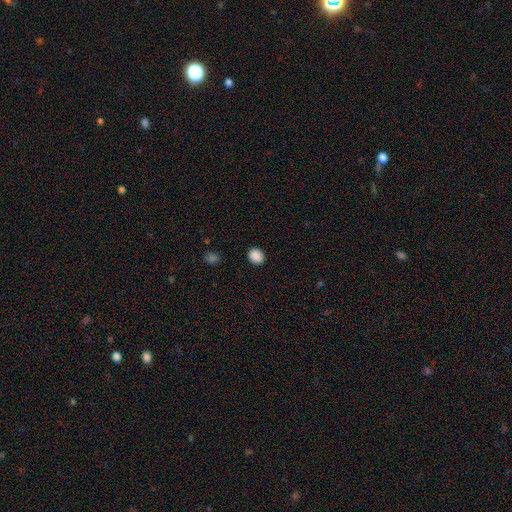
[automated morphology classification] smooth-or-featured: smooth: 89% | star or artifact: 9% | featured or disk: 2%
  how-rounded: round: 56% | in between: 43% | cigar-shaped: 1%
  merging: none: 90% | minor disturbance: 7% | major disturbance: 2% | merger: 1%